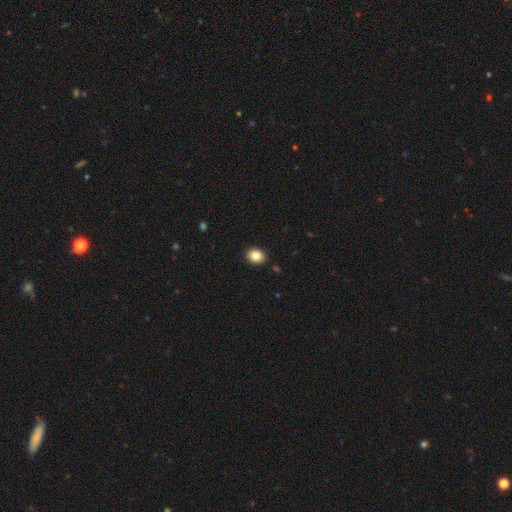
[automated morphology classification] smooth-or-featured: smooth: 85% | star or artifact: 9% | featured or disk: 6%
  how-rounded: round: 57% | in between: 42% | cigar-shaped: 1%
  merging: none: 90% | minor disturbance: 7% | major disturbance: 2% | merger: 1%